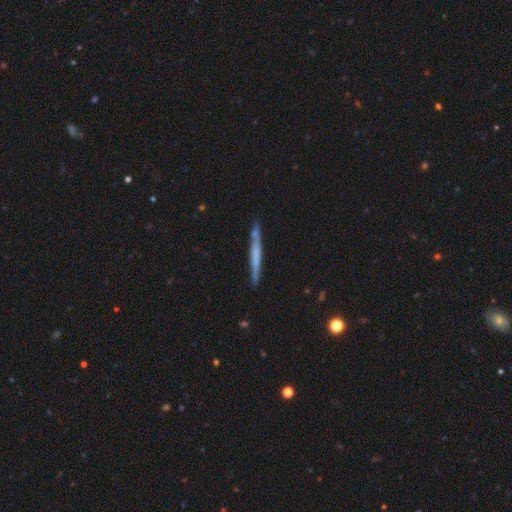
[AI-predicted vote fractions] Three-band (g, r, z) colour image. It shows a featured or disk galaxy (47%, tied with smooth). Merging: none (85%).